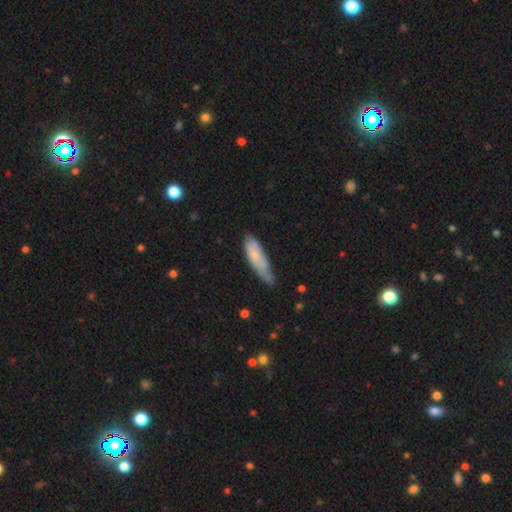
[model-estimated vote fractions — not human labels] smooth 68%, featured or disk 25%, star or artifact 6%. Down the decision tree: how rounded — cigar-shaped (59%); merging — minor disturbance (43%).